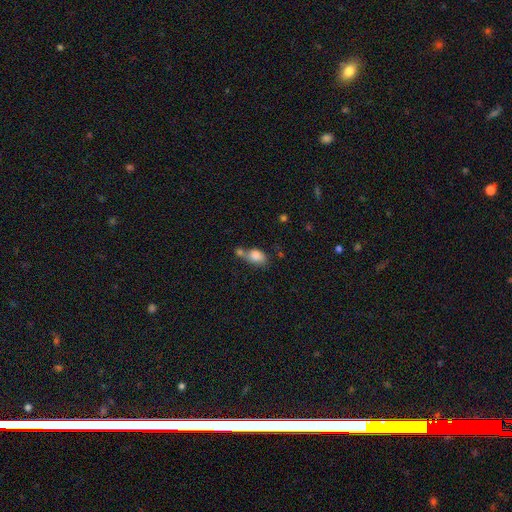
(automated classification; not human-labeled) Smooth or featured? smooth (82%)
How rounded? in between (80%)
Merging? merger (50%)